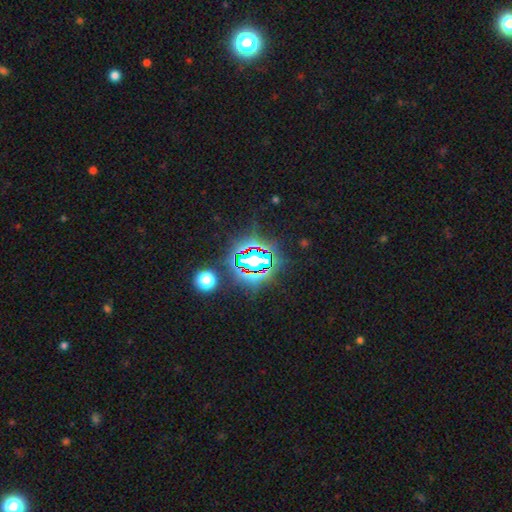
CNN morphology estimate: Smooth or featured? star or artifact (80%)